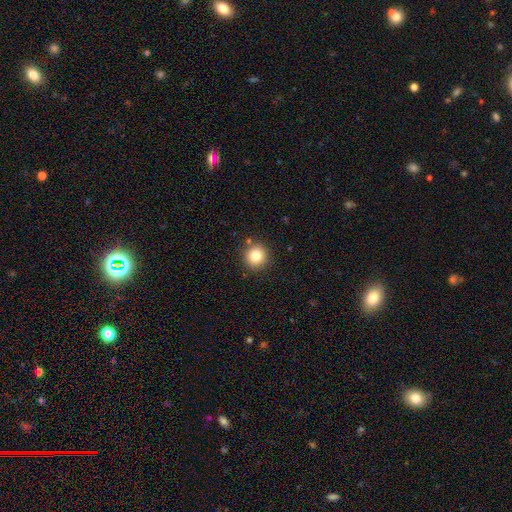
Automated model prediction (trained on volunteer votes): Smooth or featured?
  - smooth: 82% *
  - star or artifact: 11%
  - featured or disk: 7%
How rounded?
  - round: 93% *
  - in between: 6%
  - cigar-shaped: 1%
Merging?
  - none: 88% *
  - minor disturbance: 7%
  - merger: 3%
  - major disturbance: 2%